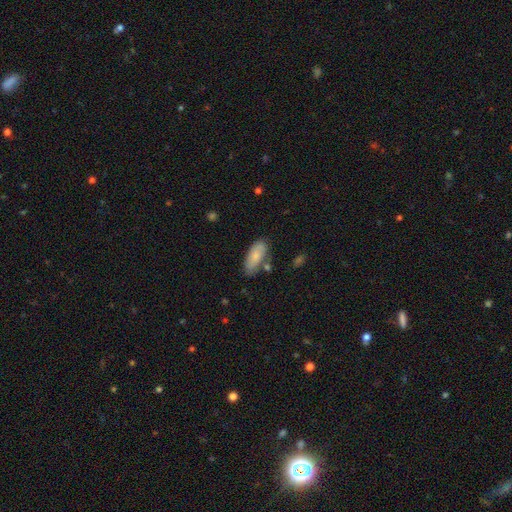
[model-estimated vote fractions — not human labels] smooth 77%, featured or disk 17%, star or artifact 6%. Down the decision tree: how rounded — in between (83%); merging — none (67%).